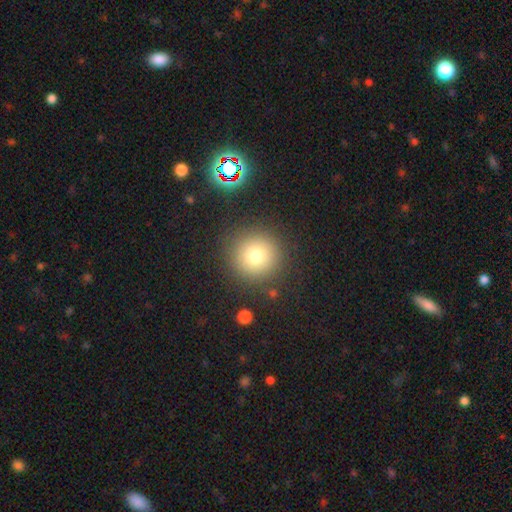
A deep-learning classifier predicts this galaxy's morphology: Q: Smooth or featured?
A: smooth (75%); runner-up: star or artifact (16%)
Q: How rounded?
A: round (95%); runner-up: in between (4%)
Q: Merging?
A: none (88%); runner-up: minor disturbance (7%)